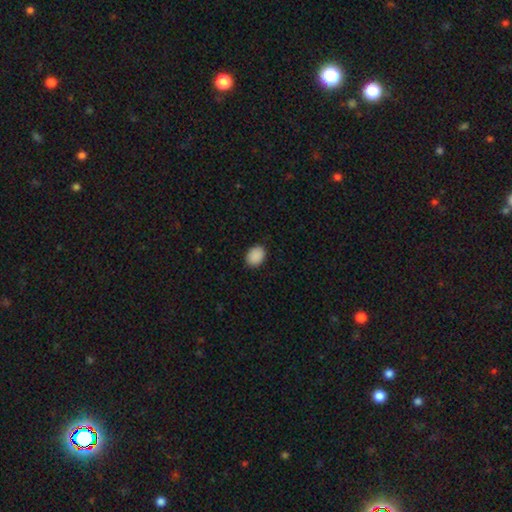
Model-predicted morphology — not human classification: A smooth galaxy with no disk features (90%) that is in between round and cigar-shaped (64%). Merging: none (88%).